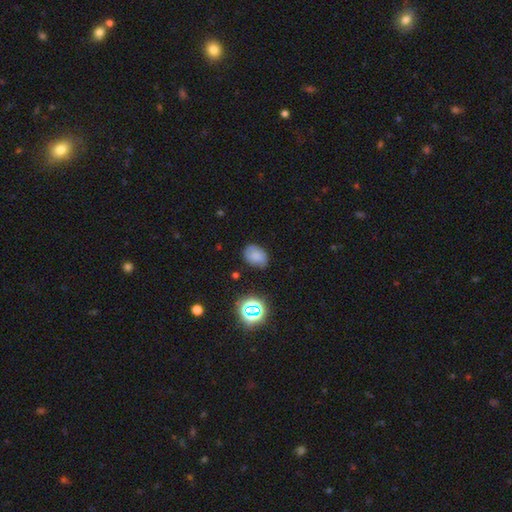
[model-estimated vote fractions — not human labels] Smooth or featured: smooth — 75% (star or artifact — 15%)
How rounded: in between — 71% (round — 28%)
Merging: none — 72% (minor disturbance — 21%)